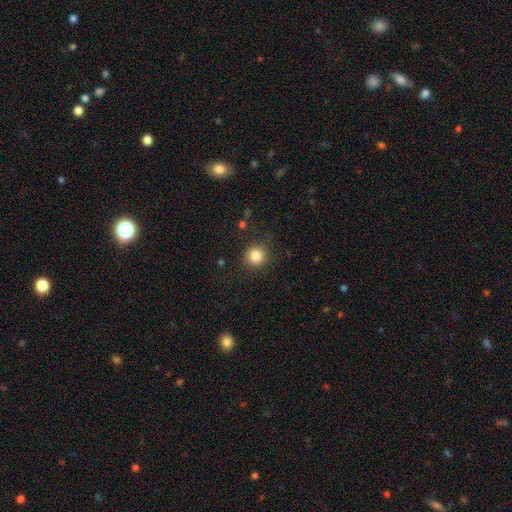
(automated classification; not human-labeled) smooth 84%, star or artifact 11%, featured or disk 5%. Down the decision tree: how rounded — round (90%); merging — none (87%).